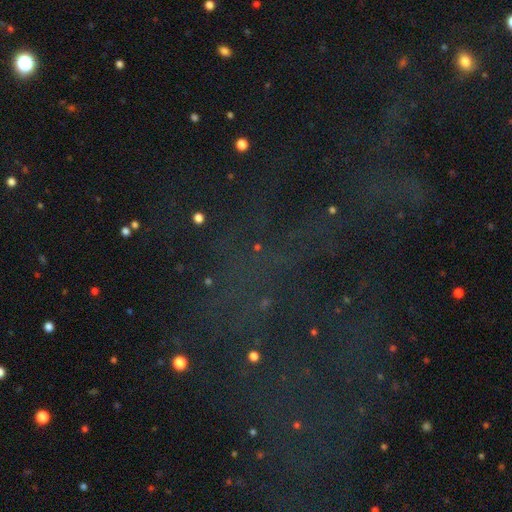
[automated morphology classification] Q: Smooth or featured?
A: star or artifact (70%); runner-up: smooth (16%)